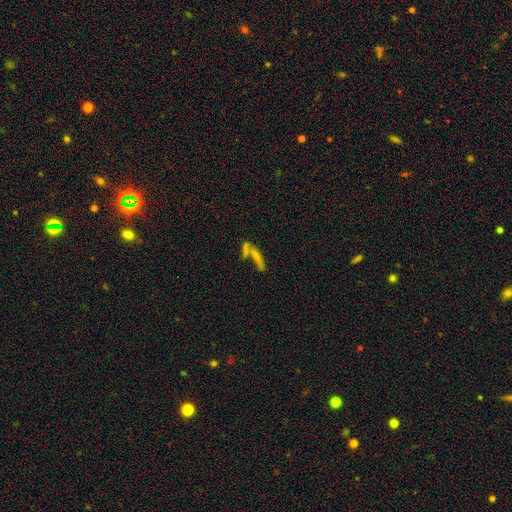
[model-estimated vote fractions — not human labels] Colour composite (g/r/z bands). It shows a smooth galaxy with no disk features (45%). Merging: none (42%).